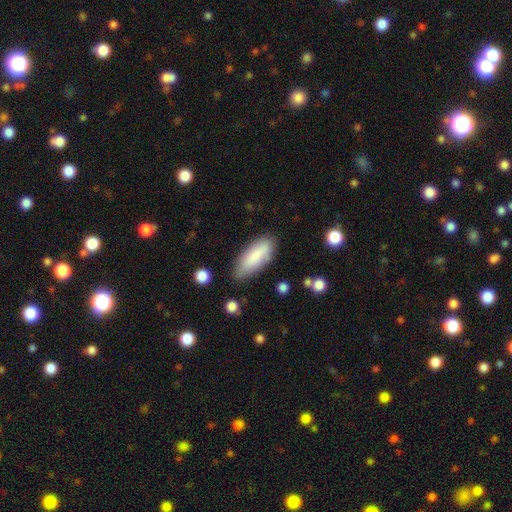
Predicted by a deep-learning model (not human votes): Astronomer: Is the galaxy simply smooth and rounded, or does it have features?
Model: smooth — 82%.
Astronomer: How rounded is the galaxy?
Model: in between — 67%.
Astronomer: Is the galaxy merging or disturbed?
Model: none — 75%.